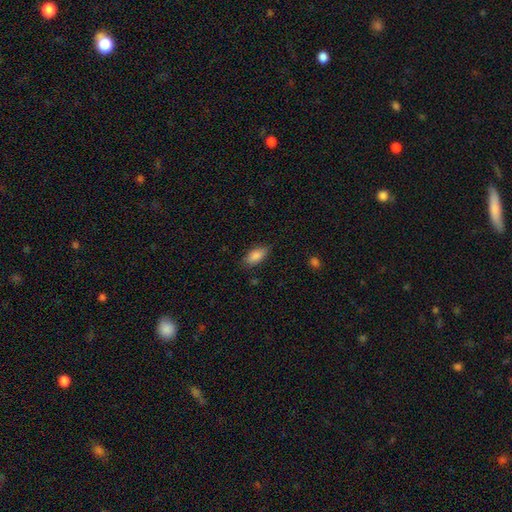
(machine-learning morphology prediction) A smooth galaxy with no disk features (87%) that is in between round and cigar-shaped (88%).

Vote fractions:
- Smooth or featured? smooth: 87% / star or artifact: 7% / featured or disk: 6%
- How rounded? in between: 88% / cigar-shaped: 10% / round: 3%
- Merging? none: 80% / minor disturbance: 16% / major disturbance: 3% / merger: 1%